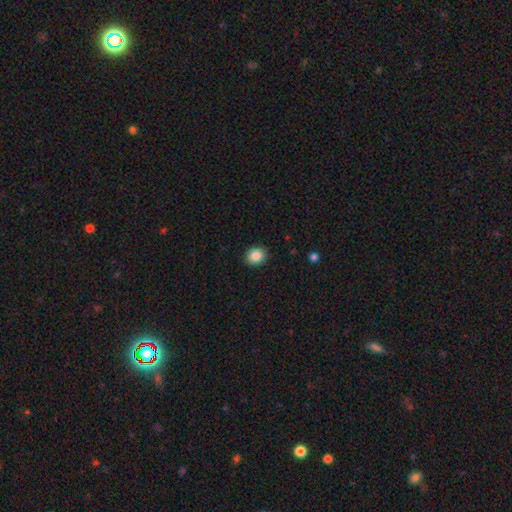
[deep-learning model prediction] Overall: smooth (87%). How rounded: round (65%; in between 34%). Merging: none (91%).